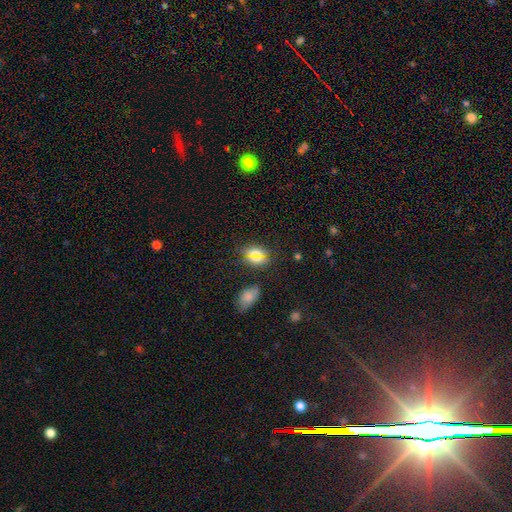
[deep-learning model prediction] Smooth or featured? smooth (62%)
How rounded? in between (66%)
Merging? none (80%)